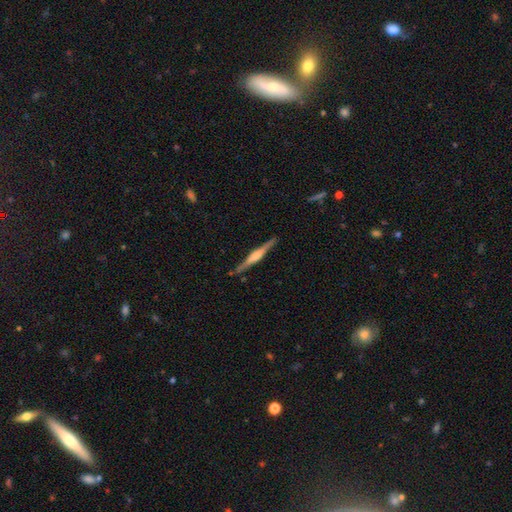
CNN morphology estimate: Smooth or featured? Predicted: featured or disk (p=0.74). Edge-on disk? Predicted: yes (p=0.98). Edge-on bulge? Predicted: rounded (p=0.62). Merging? Predicted: none (p=0.88).